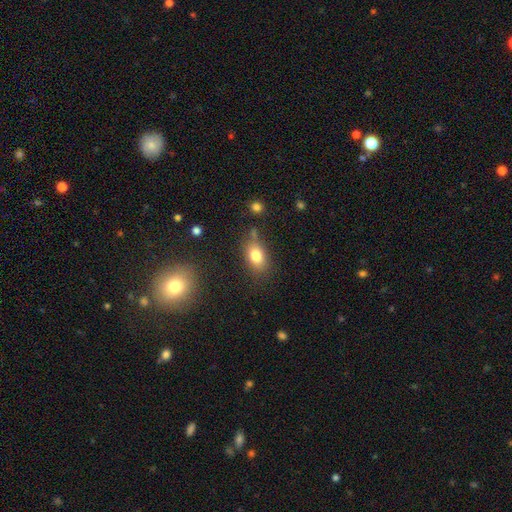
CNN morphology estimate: Smooth or featured?
  - smooth: 79% *
  - featured or disk: 11%
  - star or artifact: 10%
How rounded?
  - in between: 81% *
  - round: 16%
  - cigar-shaped: 3%
Merging?
  - none: 67% *
  - minor disturbance: 20%
  - merger: 7%
  - major disturbance: 6%